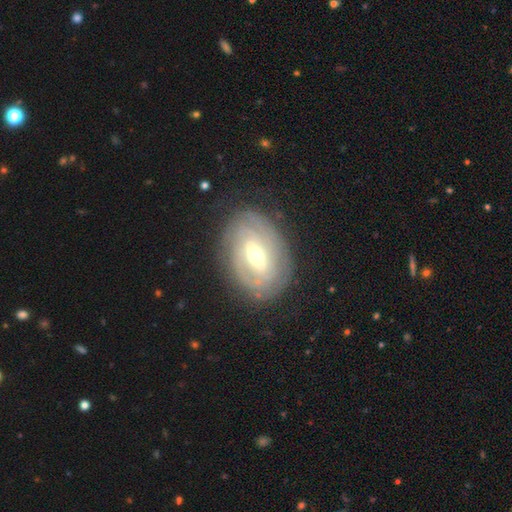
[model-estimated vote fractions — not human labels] A featured or disk galaxy (80%) with a strong bar (47%), tight (71%) spiral arms (83%) and a moderate central bulge (67%). Merging: none (77%).